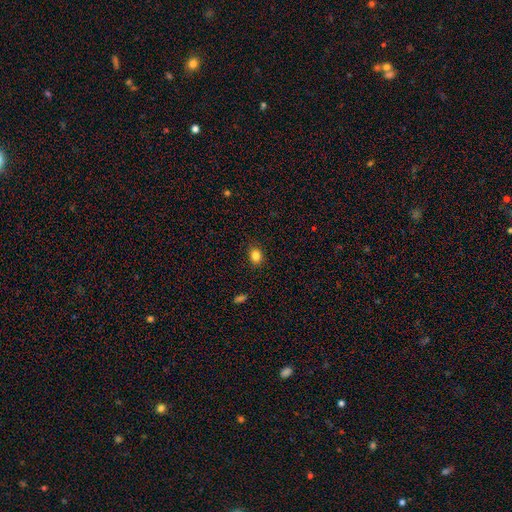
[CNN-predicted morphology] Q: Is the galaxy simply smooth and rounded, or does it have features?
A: smooth — 84%.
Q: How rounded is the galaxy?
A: in between — 50%.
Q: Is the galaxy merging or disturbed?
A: none — 87%.